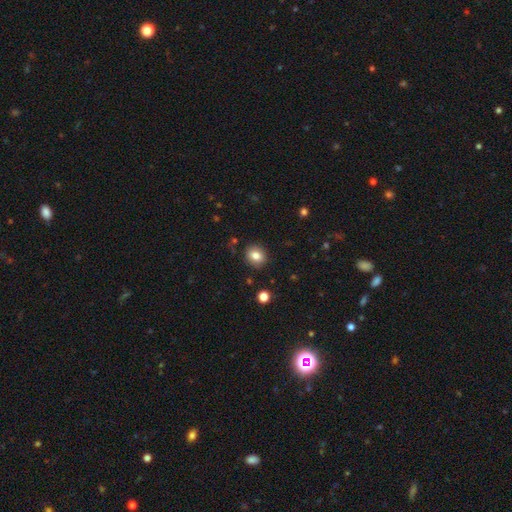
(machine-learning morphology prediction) smooth-or-featured: smooth: 82% | star or artifact: 10% | featured or disk: 8%
  how-rounded: round: 70% | in between: 29% | cigar-shaped: 1%
  merging: none: 88% | minor disturbance: 8% | major disturbance: 2% | merger: 2%